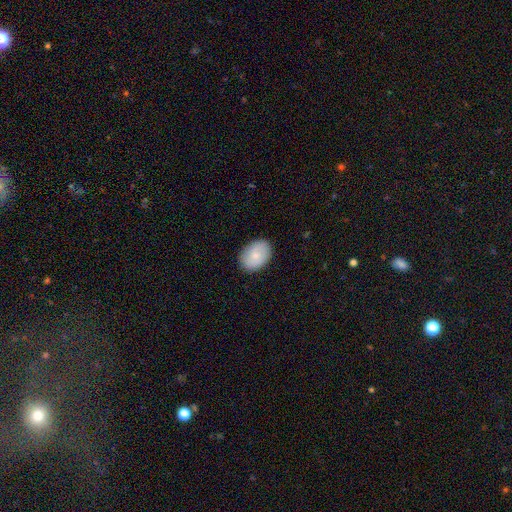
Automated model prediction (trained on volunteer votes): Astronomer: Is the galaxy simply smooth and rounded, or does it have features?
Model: smooth — 79%.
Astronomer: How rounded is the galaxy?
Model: in between — 81%.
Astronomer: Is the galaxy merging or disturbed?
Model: none — 86%.